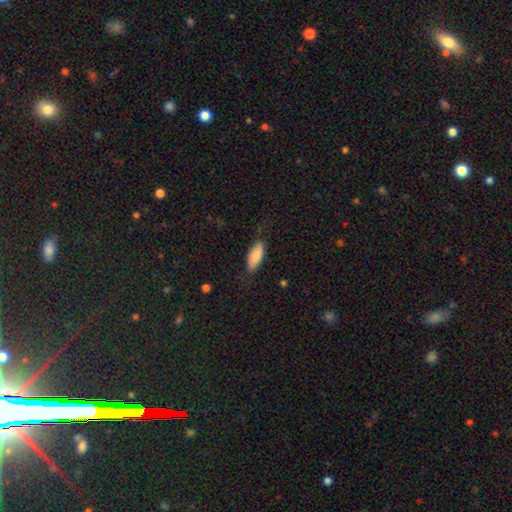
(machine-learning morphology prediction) type=smooth (86%); roundness=in between (76%); merging=none (78%).